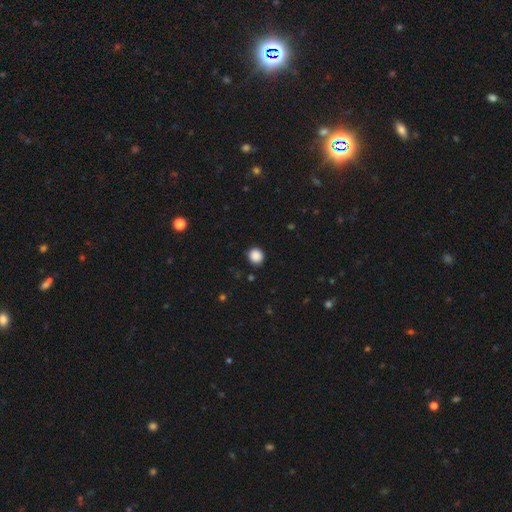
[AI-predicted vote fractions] smooth 88%, star or artifact 10%, featured or disk 3%. Down the decision tree: how rounded — round (86%); merging — none (90%).